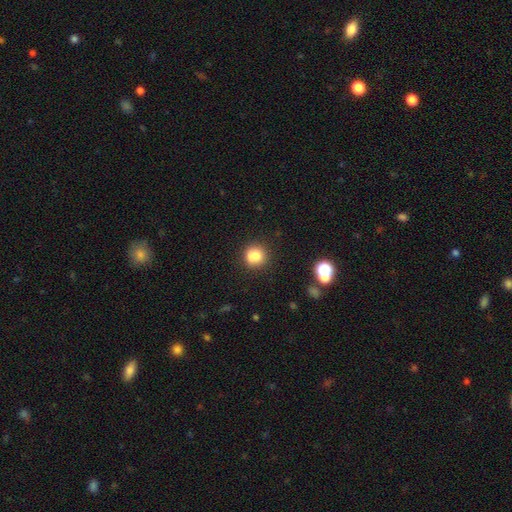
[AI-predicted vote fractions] This is likely a smooth galaxy (79%). How rounded: clearly round (90%). Merging: likely none (70%).